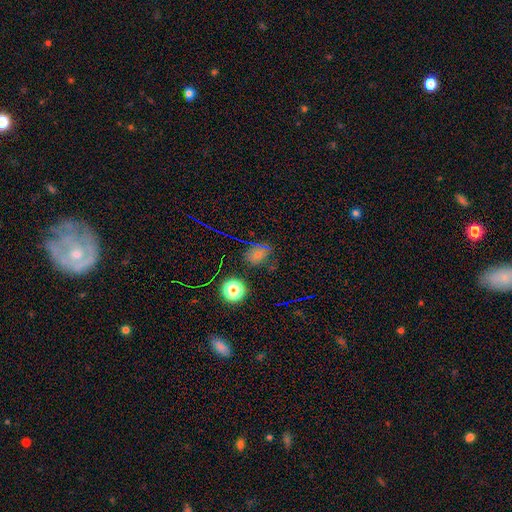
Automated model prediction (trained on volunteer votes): This is possibly a smooth galaxy (53%). How rounded: possibly round (55%). Merging: likely none (70%).